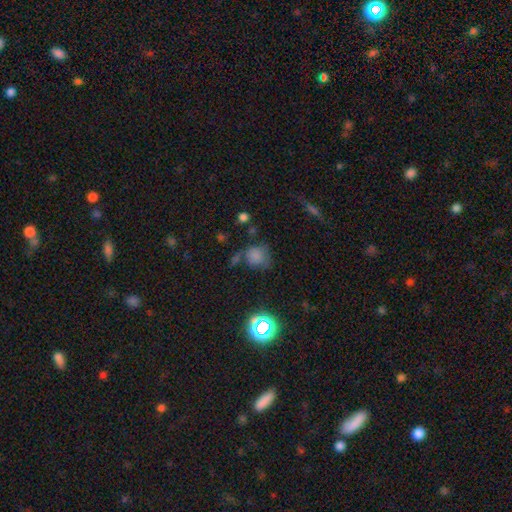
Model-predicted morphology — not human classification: Overall: smooth (67%). How rounded: round (78%). Merging: none (48%; minor disturbance 23%).